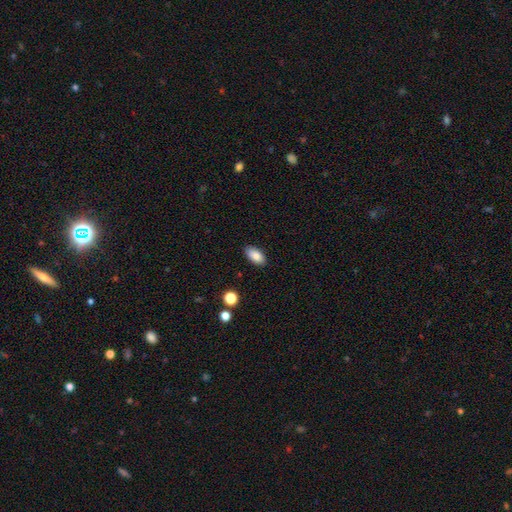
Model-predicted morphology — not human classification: Overall: smooth (85%). How rounded: in between (93%). Merging: none (88%).